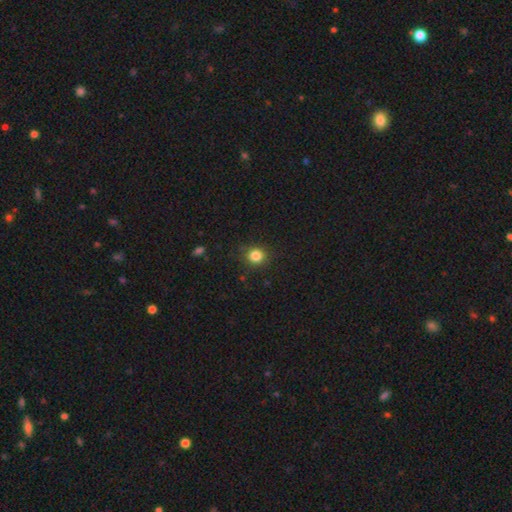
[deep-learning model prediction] Smooth or featured: smooth — 83% (star or artifact — 12%)
How rounded: round — 85% (in between — 14%)
Merging: none — 87% (minor disturbance — 9%)